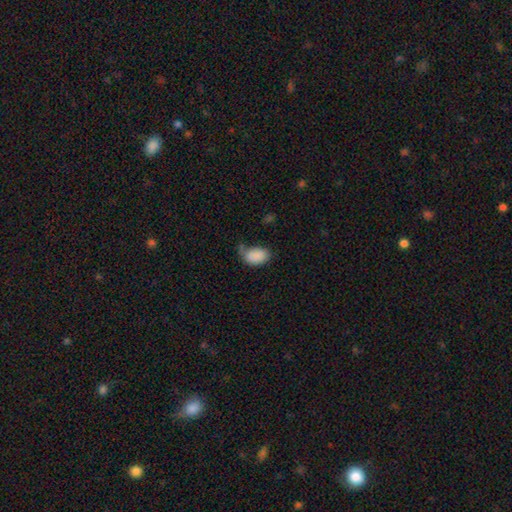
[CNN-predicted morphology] This appears to be a smooth galaxy with no disk features (87%) that is in between round and cigar-shaped (87%). Merging: none (48%).